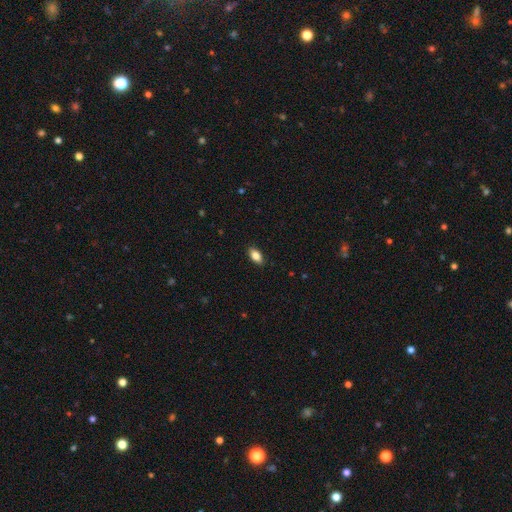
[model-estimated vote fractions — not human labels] This is clearly a smooth galaxy (84%). How rounded: clearly in between (90%). Merging: clearly none (89%).